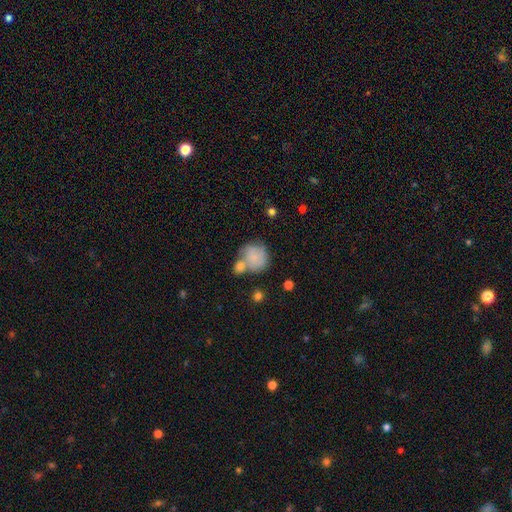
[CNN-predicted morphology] Smooth or featured?
  - smooth: 71% *
  - featured or disk: 22%
  - star or artifact: 8%
How rounded?
  - round: 78% *
  - in between: 21%
  - cigar-shaped: 1%
Merging?
  - none: 39% *
  - merger: 32%
  - minor disturbance: 19%
  - major disturbance: 10%